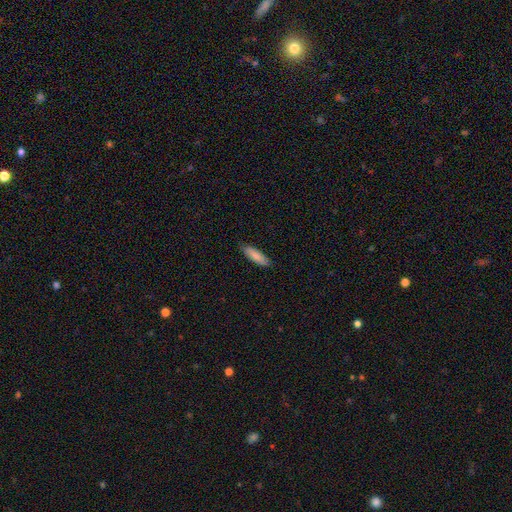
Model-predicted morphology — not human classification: smooth_or_featured: smooth (p=0.85) [alt: featured or disk p=0.09]
how_rounded: cigar-shaped (p=0.54) [alt: in between p=0.44]
merging: none (p=0.85) [alt: minor disturbance p=0.12]